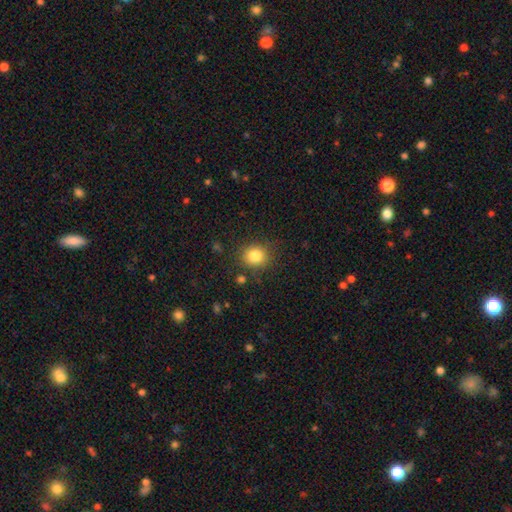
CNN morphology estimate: Smooth or featured: smooth — 83% (star or artifact — 11%)
How rounded: round — 81% (in between — 18%)
Merging: none — 85% (minor disturbance — 9%)